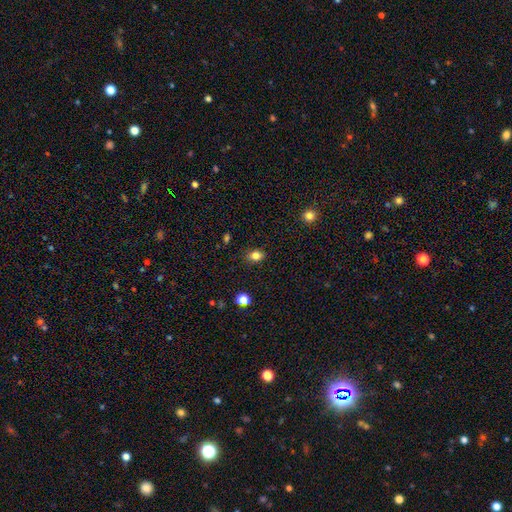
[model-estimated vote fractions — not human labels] Smooth or featured? Predicted: smooth (p=0.82). How rounded? Predicted: in between (p=0.67). Merging? Predicted: none (p=0.85).